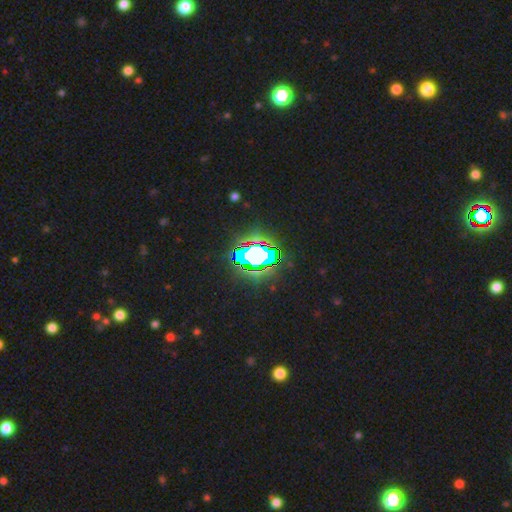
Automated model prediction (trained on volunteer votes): A star or artifact, not a galaxy (70%).